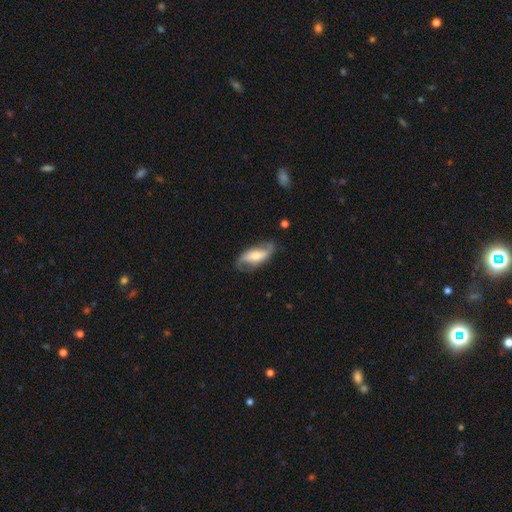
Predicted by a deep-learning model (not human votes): smooth-or-featured: featured or disk: 69% | smooth: 25% | star or artifact: 6%
  disk-edge-on: no: 91% | yes: 9%
    bar: weak: 35% | no: 34% | strong: 31%
    has-spiral-arms: yes: 88% | no: 12%
      spiral-winding: loose: 55% | medium: 32% | tight: 13%
      spiral-arm-count: 2: 88% | can't tell: 6% | 1: 4% | 3: 1% | 4: 1% | more than 4: 1%
    bulge-size: moderate: 53% | small: 30% | large: 11% | none: 3% | dominant: 2%
  merging: none: 73% | minor disturbance: 18% | major disturbance: 7% | merger: 2%